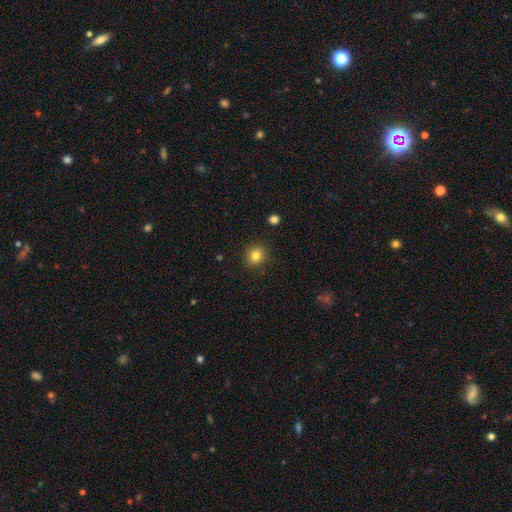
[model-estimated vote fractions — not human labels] The model was most divided on "smooth or featured": smooth: 82%, star or artifact: 11%, featured or disk: 6%. More confident: merging — none (90%); how rounded — round (87%).